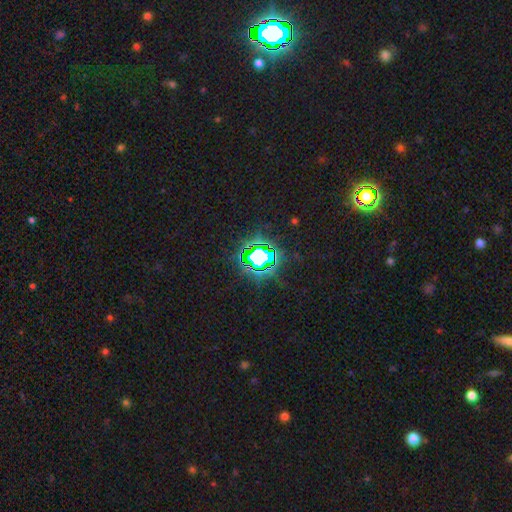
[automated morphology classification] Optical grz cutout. It shows a star or artifact, not a galaxy (77%).